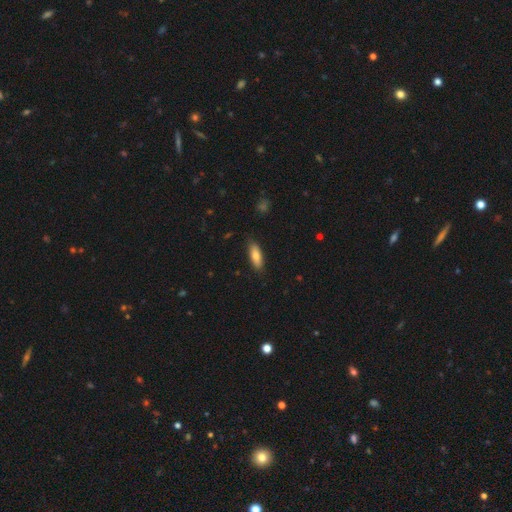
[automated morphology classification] Q: Smooth or featured?
A: smooth (77%); runner-up: featured or disk (16%)
Q: How rounded?
A: in between (61%); runner-up: cigar-shaped (37%)
Q: Merging?
A: none (85%); runner-up: minor disturbance (12%)